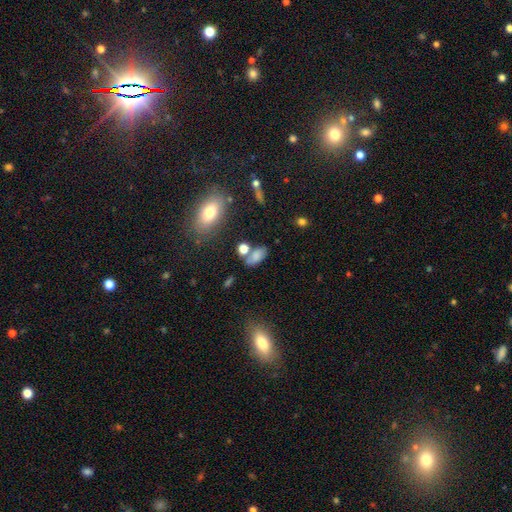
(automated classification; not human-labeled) Smooth or featured? Predicted: smooth (p=0.75). How rounded? Predicted: in between (p=0.84). Merging? Predicted: none (p=0.52).